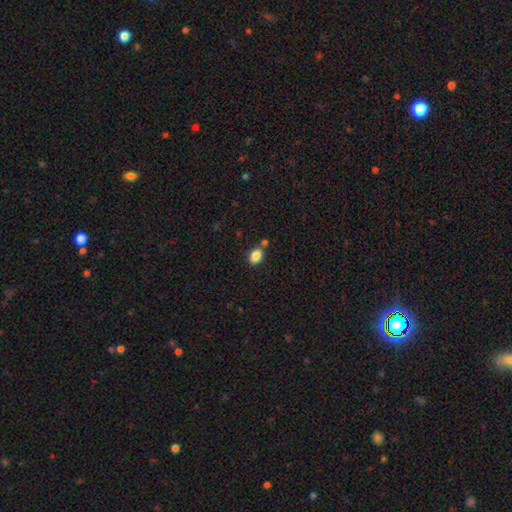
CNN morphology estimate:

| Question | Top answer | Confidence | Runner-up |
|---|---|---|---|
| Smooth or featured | smooth | 86% | star or artifact (9%) |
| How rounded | in between | 71% | round (28%) |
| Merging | none | 71% | merger (13%) |